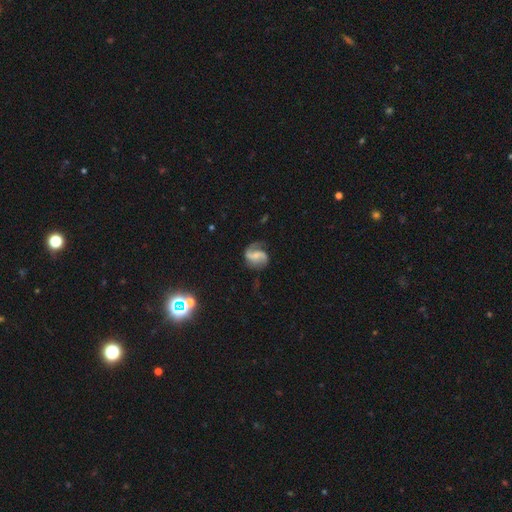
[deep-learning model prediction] Morphology: type=featured or disk (81%); edge-on=no (98%); bar=weak (43%); spiral arms=yes (95%); winding=medium (44%); arm count=2 (81%); bulge=small (51%); merging=none (66%).